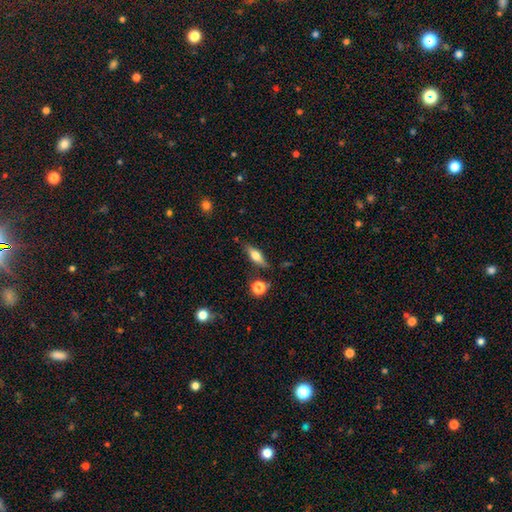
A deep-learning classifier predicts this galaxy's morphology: Smooth or featured? smooth (56%)
How rounded? in between (52%)
Merging? none (77%)